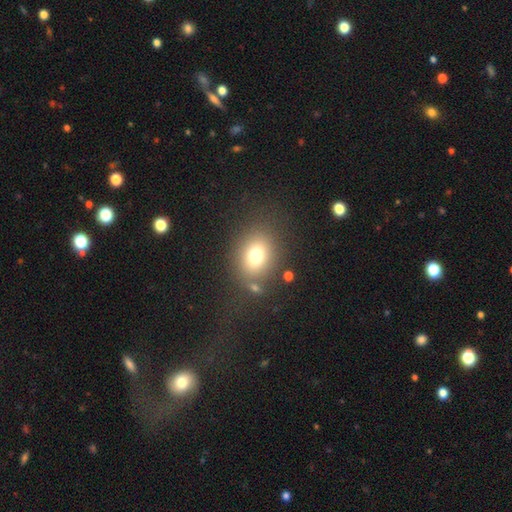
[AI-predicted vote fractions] smooth 74%, star or artifact 14%, featured or disk 12%. Down the decision tree: how rounded — in between (51%); merging — none (74%).